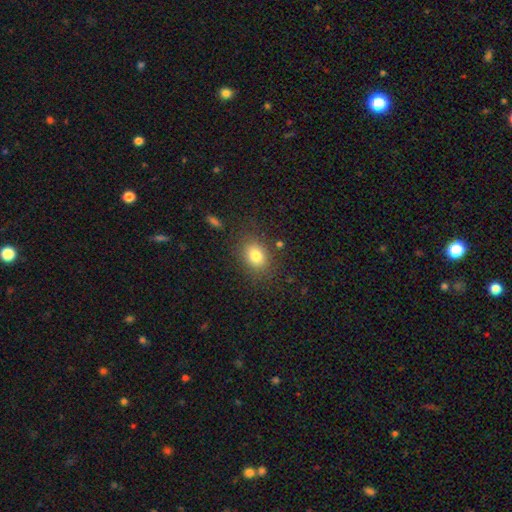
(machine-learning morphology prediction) Overall: smooth (81%). How rounded: in between (63%; round 36%). Merging: none (81%).